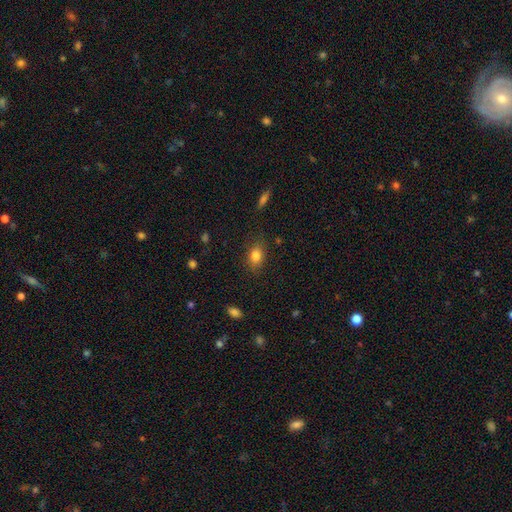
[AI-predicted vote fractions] smooth-or-featured: smooth: 83% | star or artifact: 10% | featured or disk: 7%
  how-rounded: in between: 74% | round: 24% | cigar-shaped: 2%
  merging: none: 82% | minor disturbance: 13% | major disturbance: 4% | merger: 1%